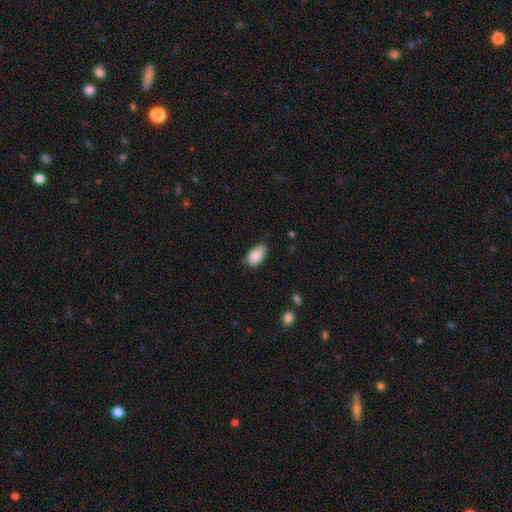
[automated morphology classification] smooth-or-featured: smooth: 88% | star or artifact: 7% | featured or disk: 6%
  how-rounded: in between: 94% | round: 4% | cigar-shaped: 3%
  merging: none: 70% | minor disturbance: 24% | major disturbance: 4% | merger: 2%